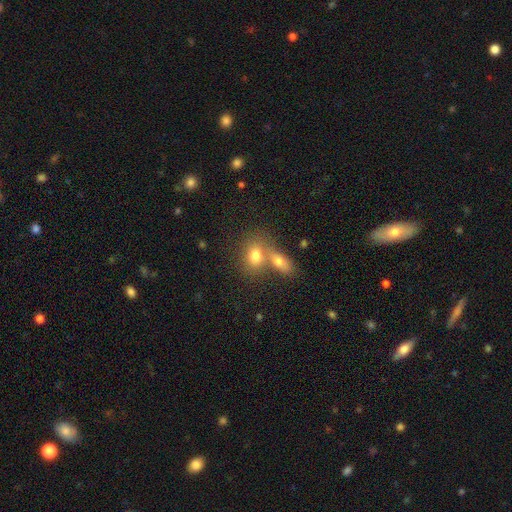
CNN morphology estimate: smooth_or_featured: smooth (p=0.76) [alt: featured or disk p=0.14]
how_rounded: in between (p=0.71) [alt: round p=0.26]
merging: merger (p=0.52) [alt: none p=0.36]